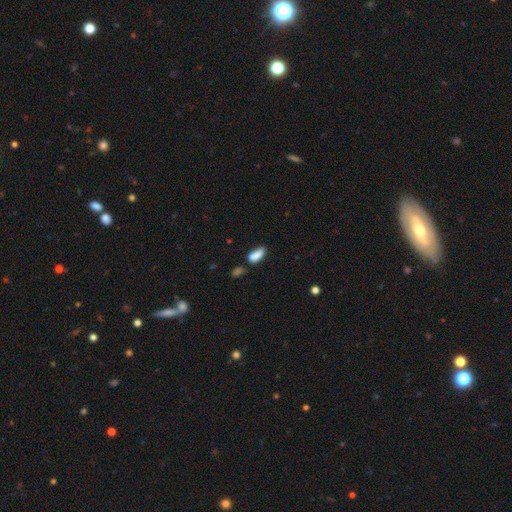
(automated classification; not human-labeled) smooth-or-featured: smooth: 82% | star or artifact: 9% | featured or disk: 9%
  how-rounded: in between: 80% | cigar-shaped: 17% | round: 3%
  merging: none: 45% | minor disturbance: 30% | merger: 14% | major disturbance: 11%